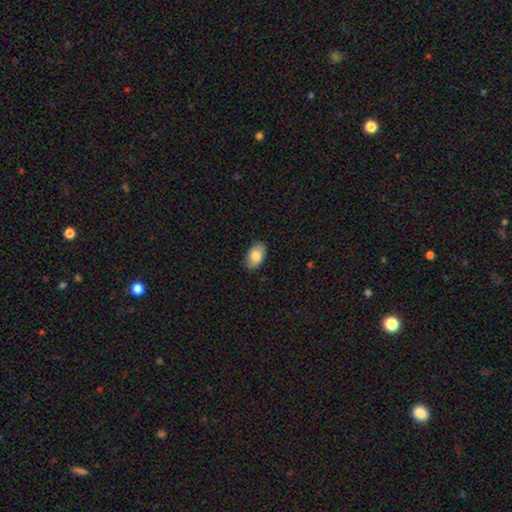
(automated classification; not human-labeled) smooth 84%, featured or disk 9%, star or artifact 7%. Down the decision tree: how rounded — in between (93%); merging — none (88%).